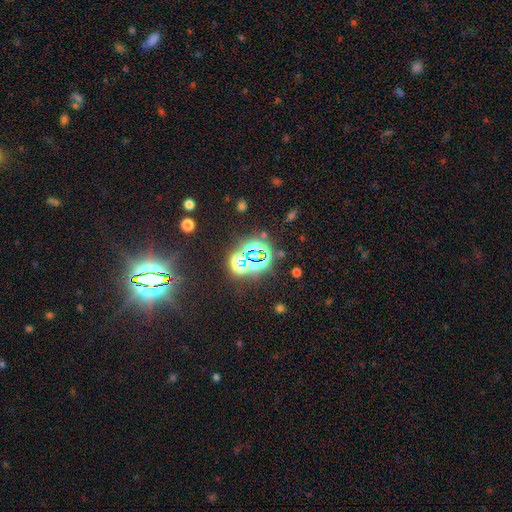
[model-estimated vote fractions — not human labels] A star or artifact, not a galaxy (77%).